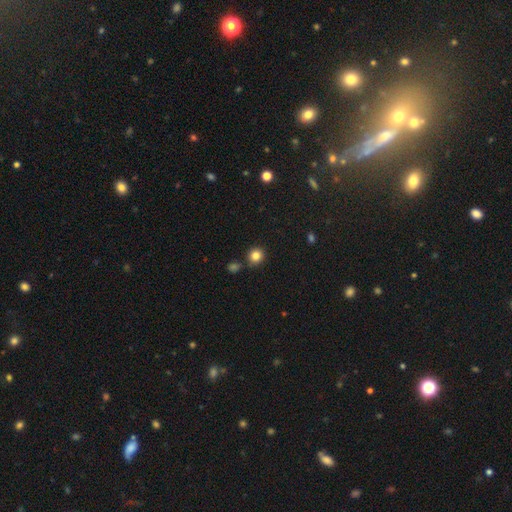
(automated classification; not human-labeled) smooth-or-featured: smooth: 83% | star or artifact: 12% | featured or disk: 5%
  how-rounded: round: 91% | in between: 8% | cigar-shaped: 1%
  merging: none: 82% | minor disturbance: 9% | merger: 6% | major disturbance: 3%